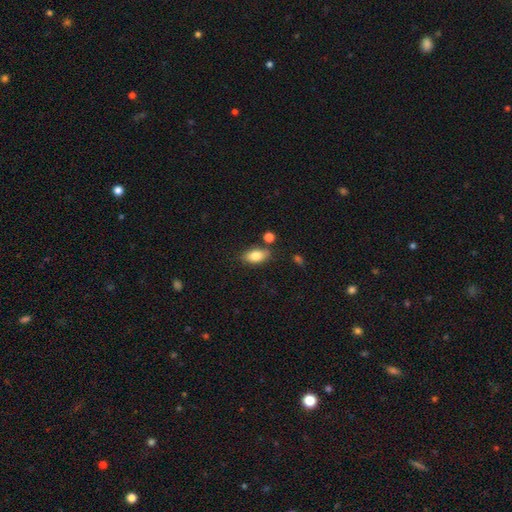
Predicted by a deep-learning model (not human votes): smooth_or_featured: smooth (p=0.80) [alt: featured or disk p=0.12]
how_rounded: in between (p=0.88) [alt: cigar-shaped p=0.08]
merging: none (p=0.76) [alt: minor disturbance p=0.14]